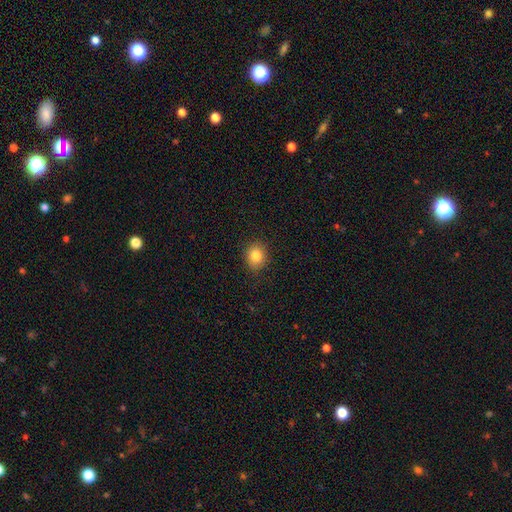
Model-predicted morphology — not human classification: Smooth or featured?
  - smooth: 84% *
  - star or artifact: 10%
  - featured or disk: 6%
How rounded?
  - round: 64% *
  - in between: 35%
  - cigar-shaped: 1%
Merging?
  - none: 87% *
  - minor disturbance: 9%
  - major disturbance: 3%
  - merger: 1%